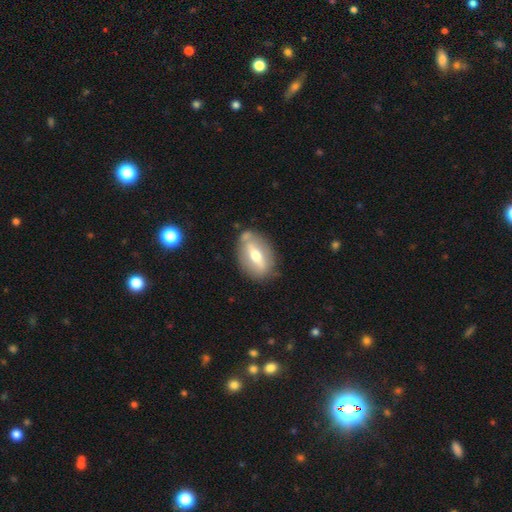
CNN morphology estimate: featured or disk 54%, smooth 39%, star or artifact 7%. Down the decision tree: edge-on disk — no (70%); merging — none (72%).